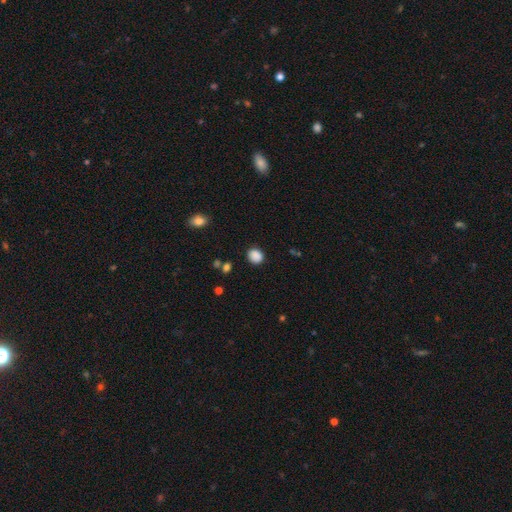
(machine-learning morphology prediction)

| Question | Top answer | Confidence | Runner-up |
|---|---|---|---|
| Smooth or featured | smooth | 87% | star or artifact (10%) |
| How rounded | round | 66% | in between (33%) |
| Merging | none | 86% | minor disturbance (9%) |